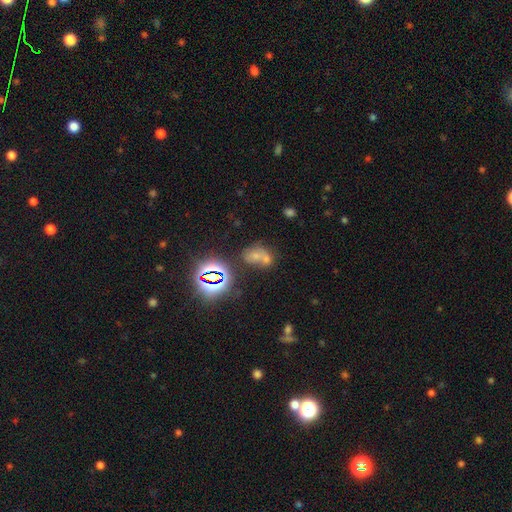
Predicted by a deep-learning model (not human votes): Smooth or featured? Predicted: star or artifact (p=0.50).